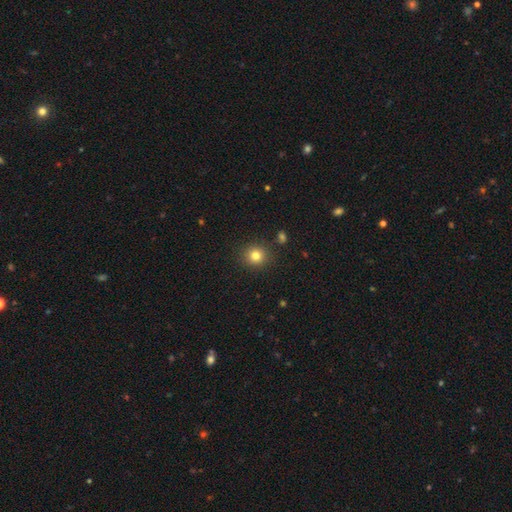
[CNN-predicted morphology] Smooth or featured?
  - smooth: 81% *
  - star or artifact: 12%
  - featured or disk: 7%
How rounded?
  - round: 89% *
  - in between: 10%
  - cigar-shaped: 1%
Merging?
  - none: 89% *
  - minor disturbance: 7%
  - major disturbance: 2%
  - merger: 2%